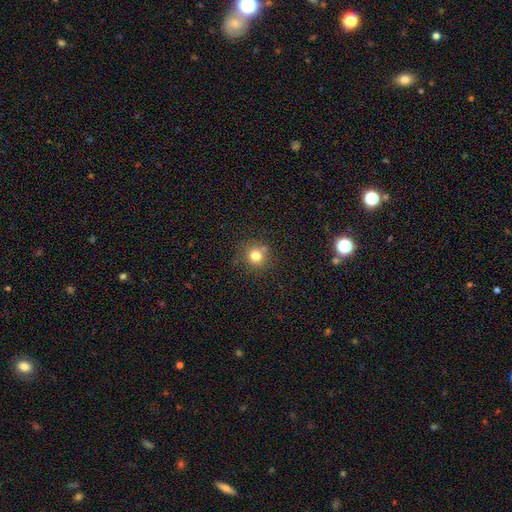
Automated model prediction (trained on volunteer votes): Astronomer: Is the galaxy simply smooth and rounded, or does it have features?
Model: smooth — 78%.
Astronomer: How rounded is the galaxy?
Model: round — 90%.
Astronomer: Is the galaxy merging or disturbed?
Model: none — 74%.